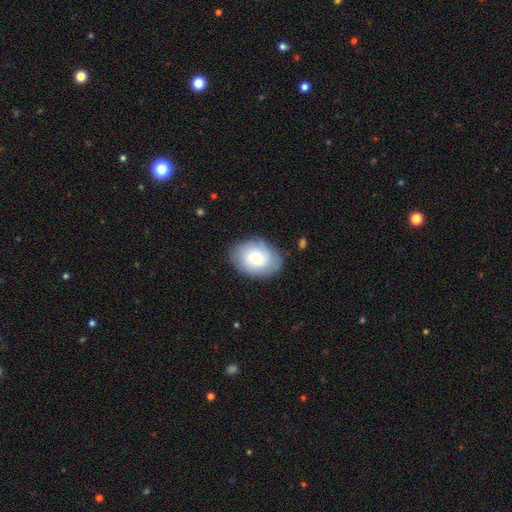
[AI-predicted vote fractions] smooth 69%, featured or disk 24%, star or artifact 7%. Down the decision tree: how rounded — in between (75%); merging — none (80%).